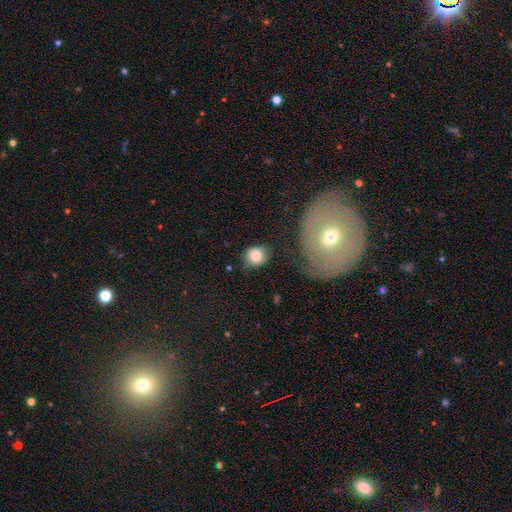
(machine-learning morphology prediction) Smooth or featured? smooth (82%)
How rounded? round (80%)
Merging? none (64%)